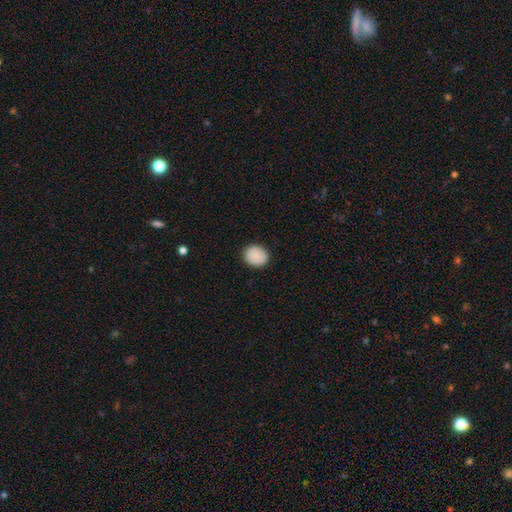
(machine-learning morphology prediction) smooth-or-featured: smooth: 89% | star or artifact: 7% | featured or disk: 3%
  how-rounded: round: 72% | in between: 27% | cigar-shaped: 1%
  merging: none: 90% | minor disturbance: 7% | major disturbance: 2% | merger: 1%